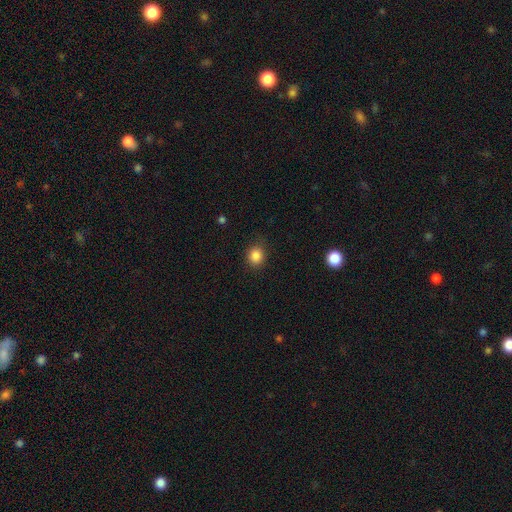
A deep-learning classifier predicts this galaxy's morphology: smooth-or-featured: smooth: 85% | star or artifact: 11% | featured or disk: 4%
  how-rounded: round: 79% | in between: 20% | cigar-shaped: 1%
  merging: none: 85% | minor disturbance: 11% | major disturbance: 3% | merger: 1%